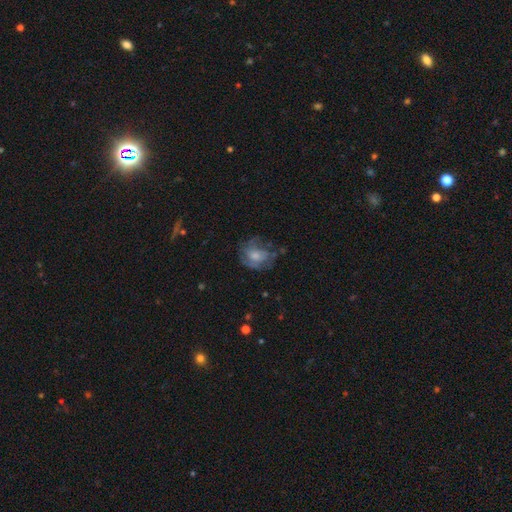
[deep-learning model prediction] A featured or disk galaxy (49%).

Vote fractions:
- Smooth or featured? featured or disk: 49% / smooth: 42% / star or artifact: 9%
- Merging? none: 55% / minor disturbance: 24% / major disturbance: 20% / merger: 2%